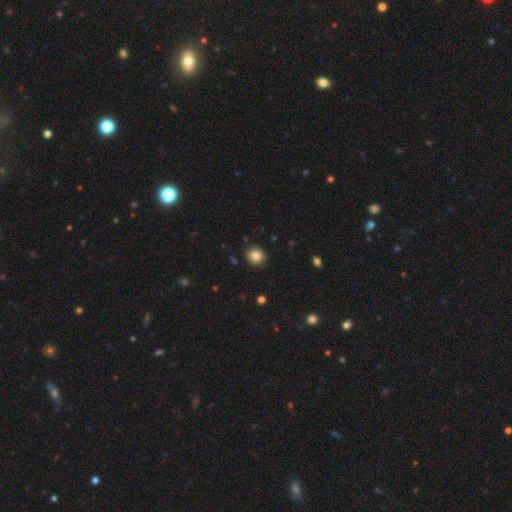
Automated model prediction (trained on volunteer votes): smooth 84%, star or artifact 10%, featured or disk 6%. Down the decision tree: how rounded — round (89%); merging — none (91%).